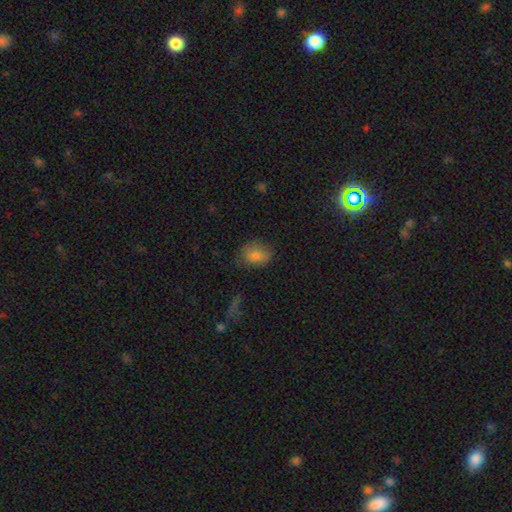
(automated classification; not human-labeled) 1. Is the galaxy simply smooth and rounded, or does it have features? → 77% smooth, 12% featured or disk, 11% star or artifact.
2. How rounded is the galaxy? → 61% in between, 38% round, 1% cigar-shaped.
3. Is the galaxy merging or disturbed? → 70% none, 22% minor disturbance, 6% major disturbance, 2% merger.